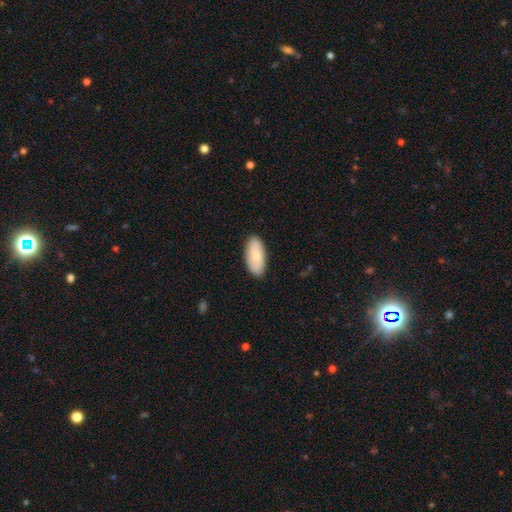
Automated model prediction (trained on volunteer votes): The model was most divided on "smooth or featured": smooth: 84%, featured or disk: 11%, star or artifact: 5%. More confident: how rounded — in between (91%); merging — none (88%).